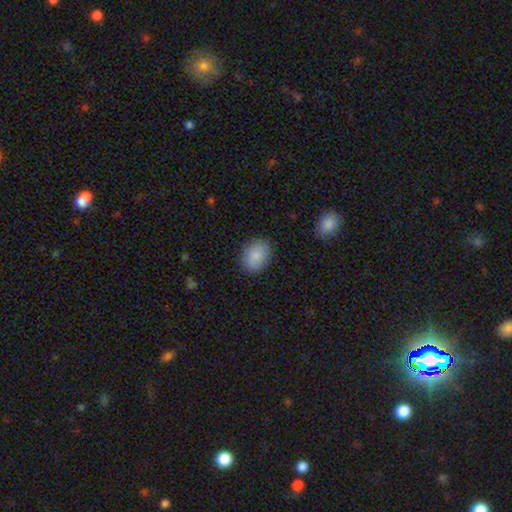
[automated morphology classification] The model was most divided on "how rounded": in between: 68%, round: 31%, cigar-shaped: 1%. More confident: smooth or featured — smooth (88%); merging — none (85%).